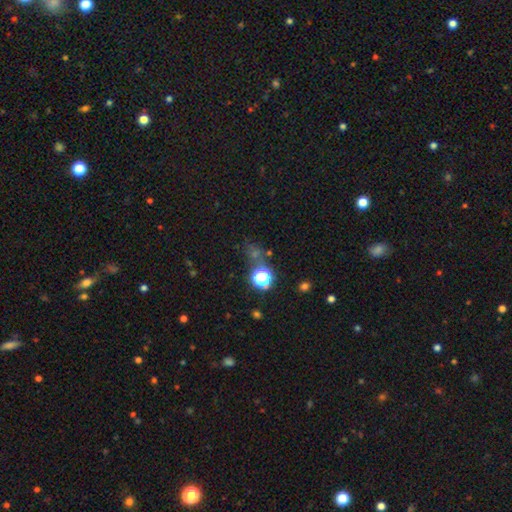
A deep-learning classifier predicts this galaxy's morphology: Overall: star or artifact (61%; smooth 31%).